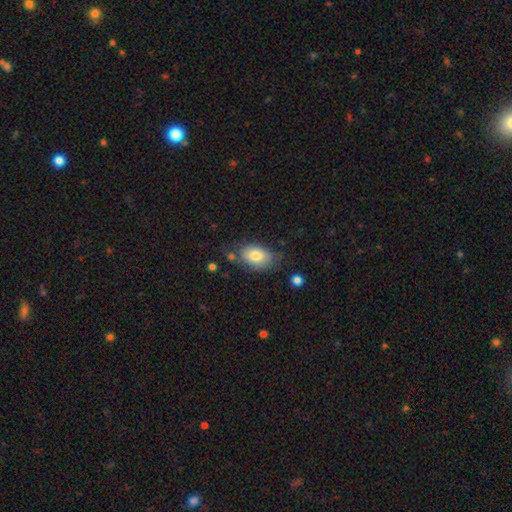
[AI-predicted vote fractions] A smooth galaxy with no disk features (79%) that is in between round and cigar-shaped (88%). Merging: none (67%).